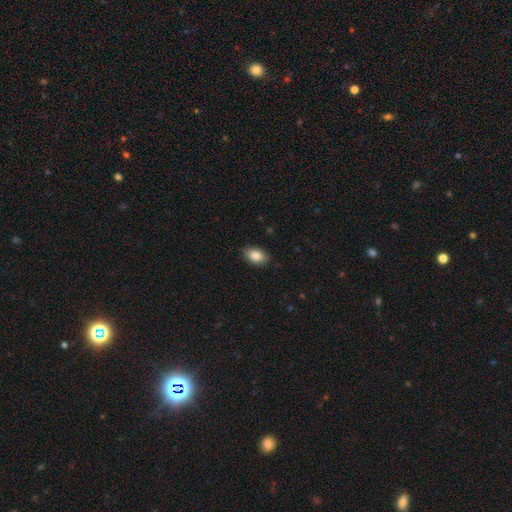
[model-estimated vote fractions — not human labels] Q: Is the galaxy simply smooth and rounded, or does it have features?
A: smooth — 85%.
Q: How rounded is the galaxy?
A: in between — 89%.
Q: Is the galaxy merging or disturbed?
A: none — 89%.